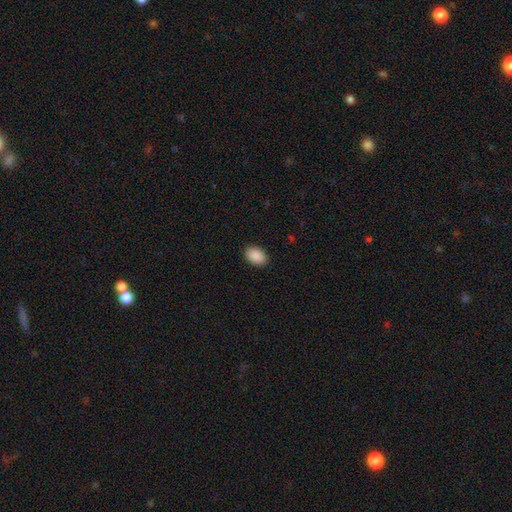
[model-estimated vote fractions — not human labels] A smooth galaxy with no disk features (91%) that is in between round and cigar-shaped (87%).

Vote fractions:
- Smooth or featured? smooth: 91% / star or artifact: 7% / featured or disk: 2%
- How rounded? in between: 87% / round: 12% / cigar-shaped: 1%
- Merging? none: 90% / minor disturbance: 7% / major disturbance: 2% / merger: 1%